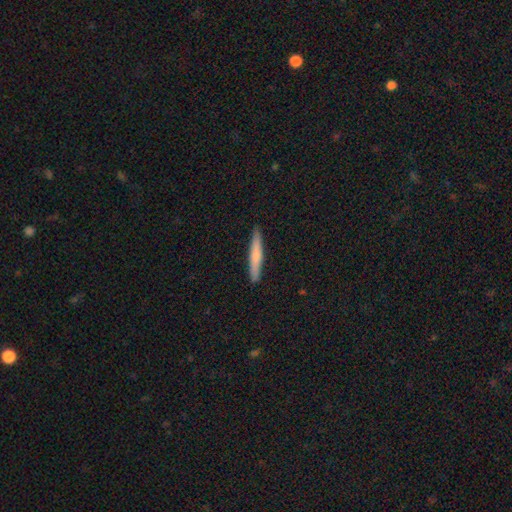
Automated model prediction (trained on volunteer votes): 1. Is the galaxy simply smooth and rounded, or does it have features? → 69% smooth, 26% featured or disk, 5% star or artifact.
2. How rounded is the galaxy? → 94% cigar-shaped, 4% in between, 1% round.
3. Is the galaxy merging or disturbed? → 91% none, 6% minor disturbance, 1% major disturbance, 1% merger.